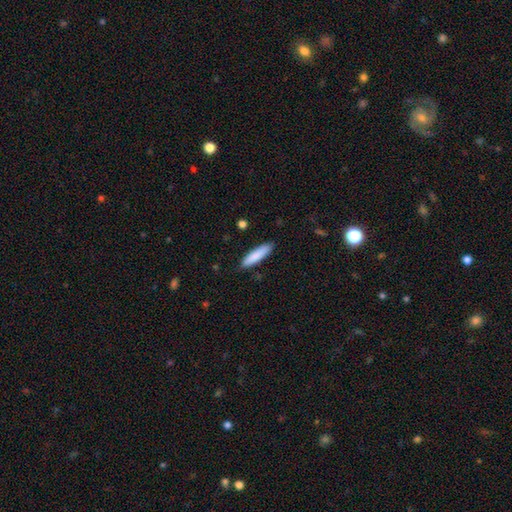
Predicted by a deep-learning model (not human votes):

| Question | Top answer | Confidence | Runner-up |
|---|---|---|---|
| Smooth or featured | smooth | 86% | featured or disk (9%) |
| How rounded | cigar-shaped | 76% | in between (23%) |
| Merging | none | 87% | minor disturbance (10%) |